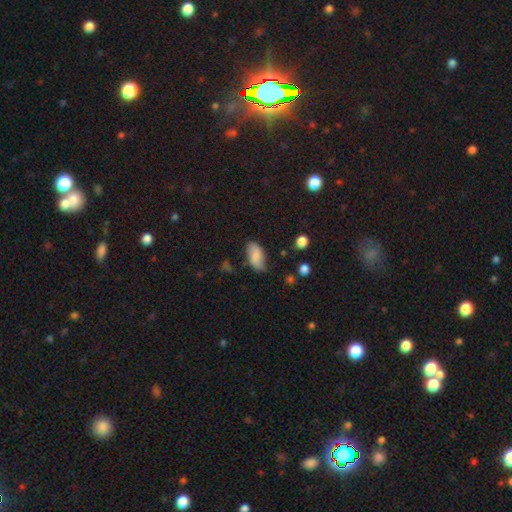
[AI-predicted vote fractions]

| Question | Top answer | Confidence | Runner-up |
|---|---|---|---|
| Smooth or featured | smooth | 77% | featured or disk (15%) |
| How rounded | in between | 93% | cigar-shaped (3%) |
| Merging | none | 65% | minor disturbance (26%) |